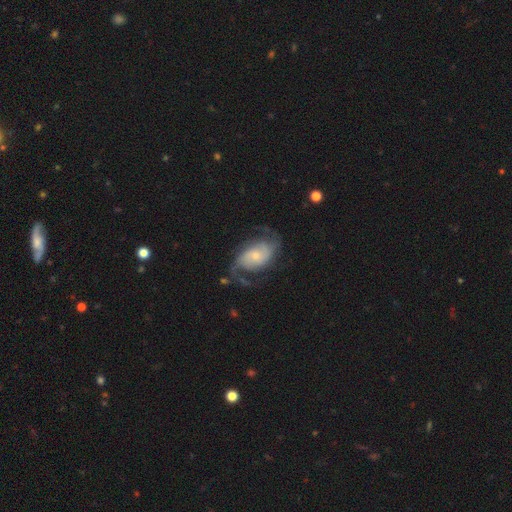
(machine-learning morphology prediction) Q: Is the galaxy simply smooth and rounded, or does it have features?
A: featured or disk — 82%.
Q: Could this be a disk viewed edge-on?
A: no — 97%.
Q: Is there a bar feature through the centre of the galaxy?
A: no — 65%.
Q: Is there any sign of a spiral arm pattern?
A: yes — 94%.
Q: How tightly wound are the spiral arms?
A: medium — 42%.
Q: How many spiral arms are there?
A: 2 — 77%.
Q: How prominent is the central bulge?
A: small — 66%.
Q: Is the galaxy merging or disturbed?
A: none — 58%.